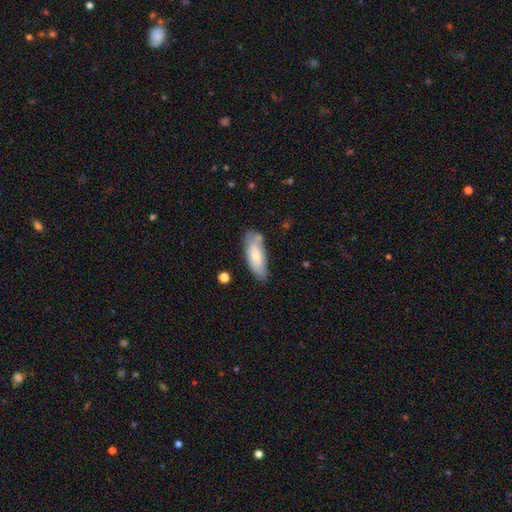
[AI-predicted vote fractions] This is likely a smooth galaxy (64%). How rounded: likely in between (72%). Merging: likely none (62%).